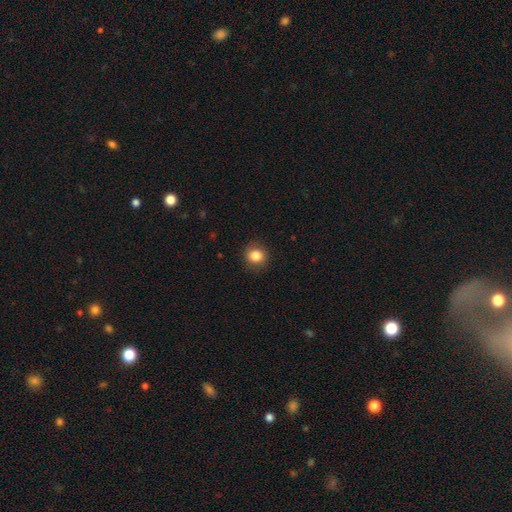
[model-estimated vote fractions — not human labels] Morphology: type=smooth (84%); roundness=round (84%); merging=none (89%).